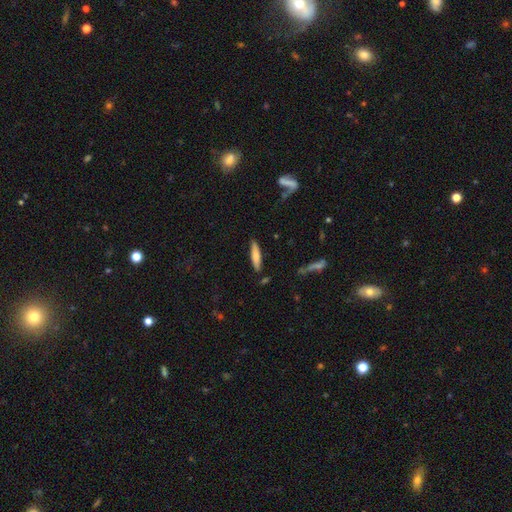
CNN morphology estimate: Smooth or featured? Predicted: smooth (p=0.72). How rounded? Predicted: cigar-shaped (p=0.81). Merging? Predicted: none (p=0.85).